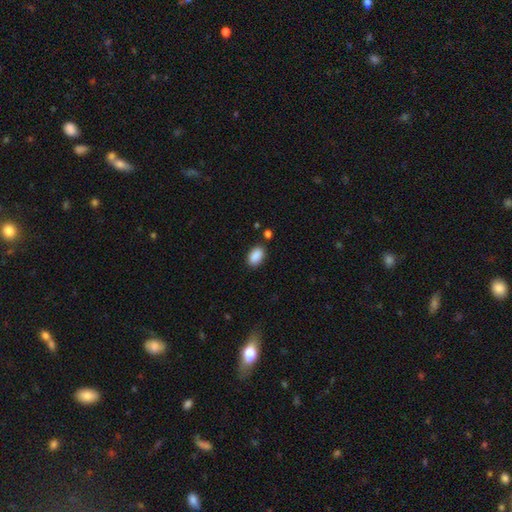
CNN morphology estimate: Smooth or featured: smooth — 90% (star or artifact — 7%)
How rounded: in between — 92% (round — 7%)
Merging: none — 83% (minor disturbance — 11%)